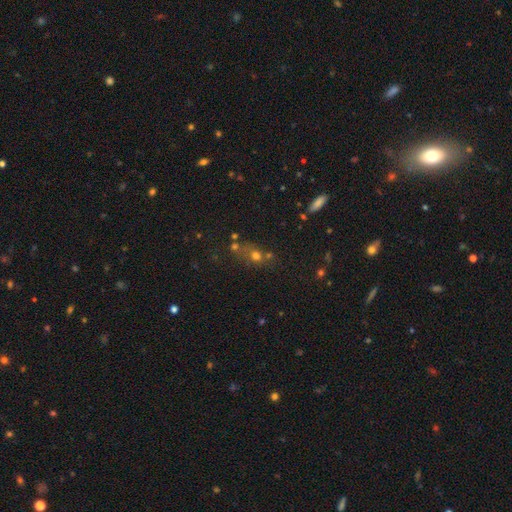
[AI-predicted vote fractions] smooth 60%, star or artifact 25%, featured or disk 14%. Down the decision tree: how rounded — round (66%); merging — none (46%).